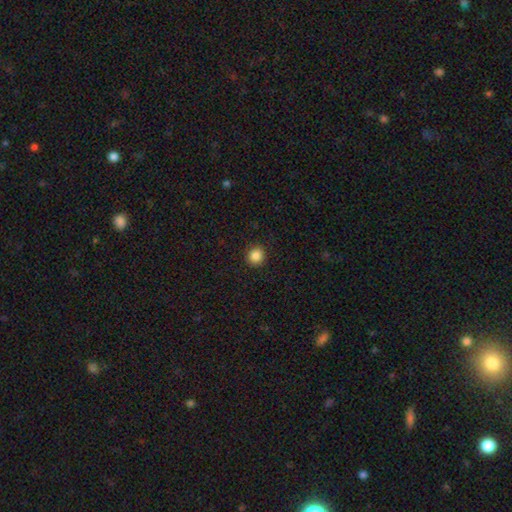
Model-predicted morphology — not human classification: type=smooth (86%); roundness=round (89%); merging=none (91%).